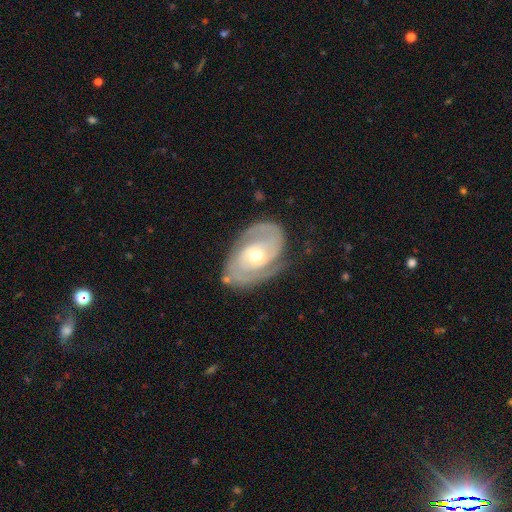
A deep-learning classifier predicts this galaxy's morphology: Smooth or featured: featured or disk — 88% (smooth — 8%)
Edge-on disk: no — 96% (yes — 4%)
Bar: no — 64% (weak — 26%)
Spiral arms: yes — 95% (no — 5%)
Spiral winding: tight — 60% (medium — 32%)
Spiral arm count: 2 — 80% (can't tell — 9%)
Bulge size: moderate — 53% (small — 43%)
Merging: none — 76% (minor disturbance — 16%)